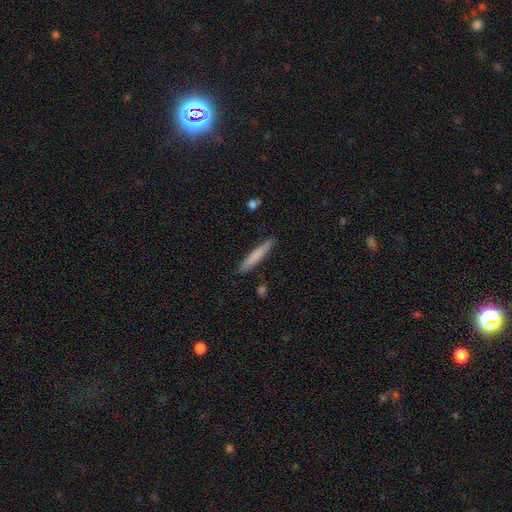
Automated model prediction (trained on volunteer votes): smooth 71%, featured or disk 23%, star or artifact 6%. Down the decision tree: how rounded — cigar-shaped (94%); merging — none (88%).